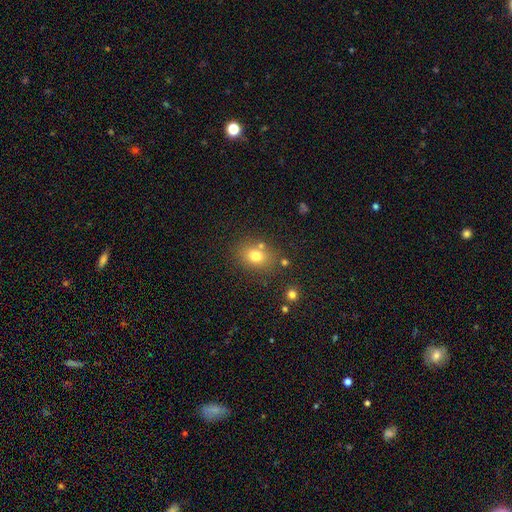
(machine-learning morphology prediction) smooth_or_featured: smooth (p=0.75) [alt: star or artifact p=0.13]
how_rounded: in between (p=0.57) [alt: round p=0.42]
merging: none (p=0.73) [alt: minor disturbance p=0.13]